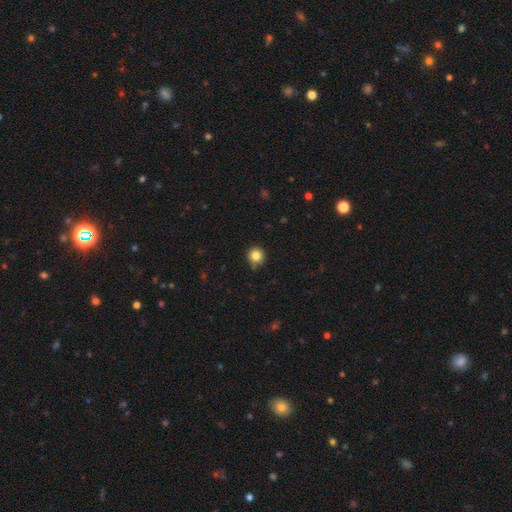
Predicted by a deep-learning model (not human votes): Smooth or featured: smooth — 83% (star or artifact — 11%)
How rounded: round — 94% (in between — 5%)
Merging: none — 84% (minor disturbance — 12%)